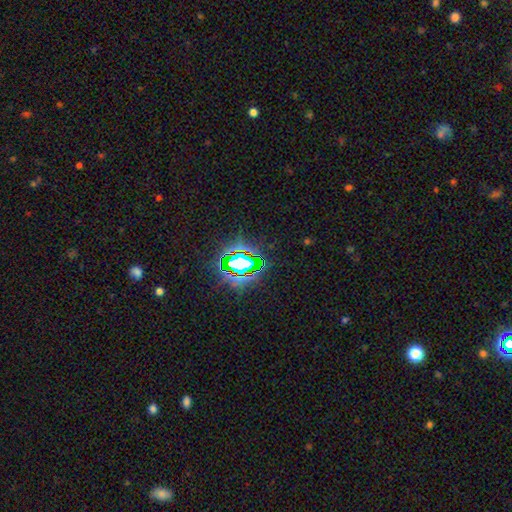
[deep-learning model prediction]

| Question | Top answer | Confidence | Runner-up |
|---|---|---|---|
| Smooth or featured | star or artifact | 81% | smooth (11%) |